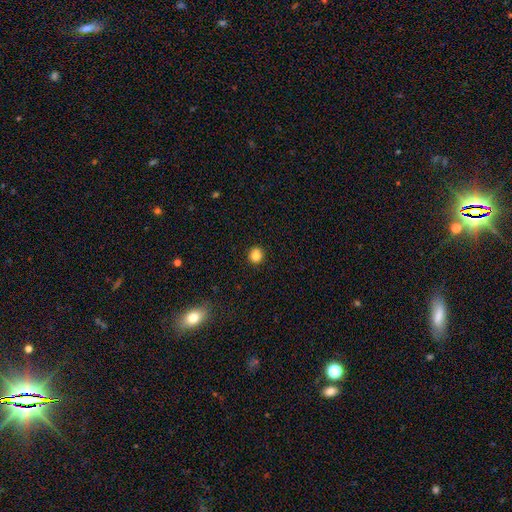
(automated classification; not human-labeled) Smooth or featured? Predicted: smooth (p=0.84). How rounded? Predicted: round (p=0.81). Merging? Predicted: none (p=0.88).